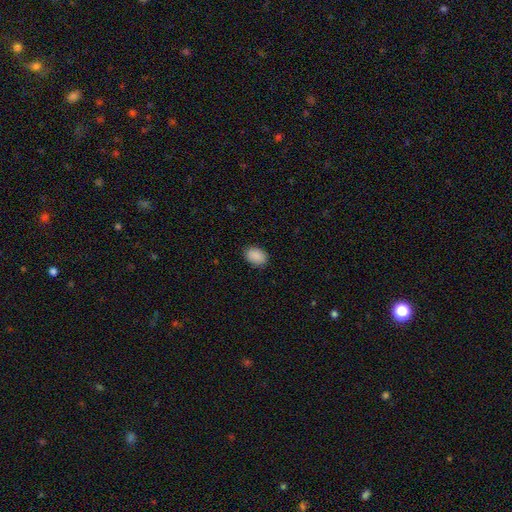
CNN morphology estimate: Smooth or featured?
  - smooth: 90% *
  - star or artifact: 7%
  - featured or disk: 2%
How rounded?
  - in between: 82% *
  - round: 17%
  - cigar-shaped: 1%
Merging?
  - none: 88% *
  - minor disturbance: 9%
  - major disturbance: 2%
  - merger: 1%